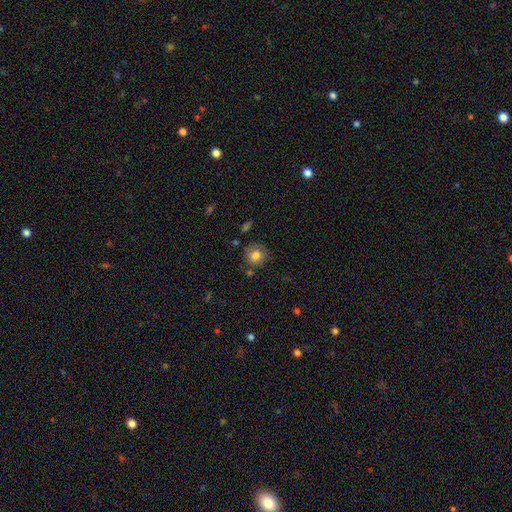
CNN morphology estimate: This appears to be a smooth galaxy with no disk features (77%) that is round (90%). Merging: none (75%).